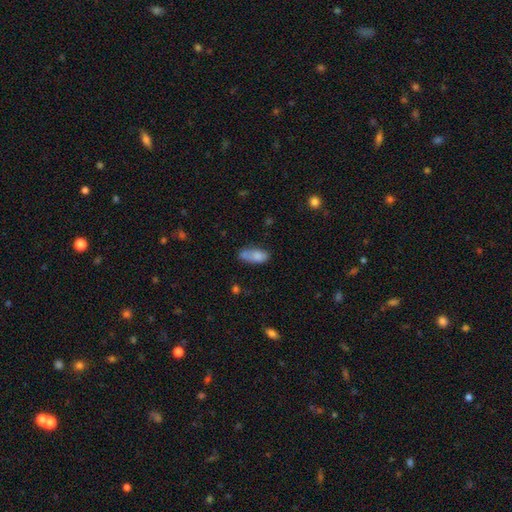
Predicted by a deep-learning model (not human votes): The model was most divided on "merging": none: 44%, minor disturbance: 25%, merger: 21%, major disturbance: 10%. More confident: how rounded — in between (82%); smooth or featured — smooth (78%).